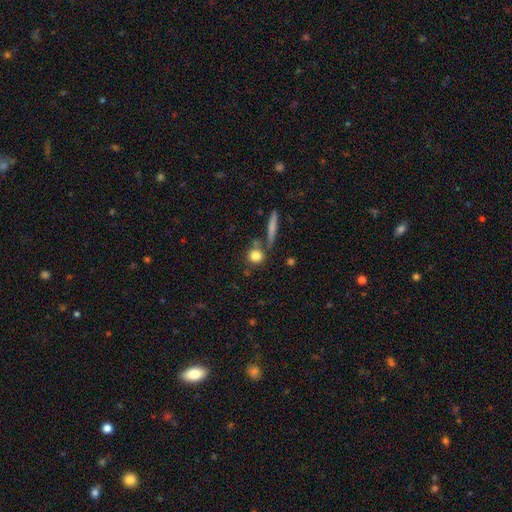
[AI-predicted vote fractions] A smooth galaxy with no disk features (82%) that is round (79%). Merging: none (68%).